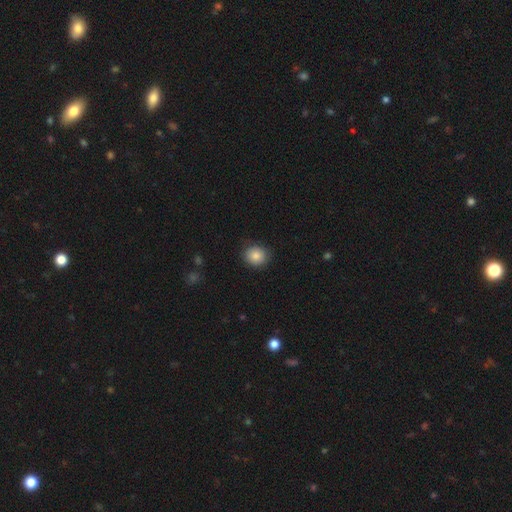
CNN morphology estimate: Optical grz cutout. It shows a smooth galaxy with no disk features (85%) that is round (77%). Merging: none (85%).